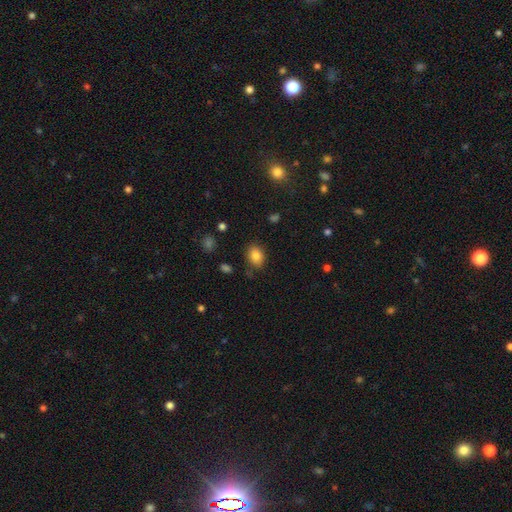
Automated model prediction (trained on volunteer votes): Smooth or featured: smooth — 84% (star or artifact — 10%)
How rounded: in between — 70% (round — 29%)
Merging: none — 78% (minor disturbance — 16%)